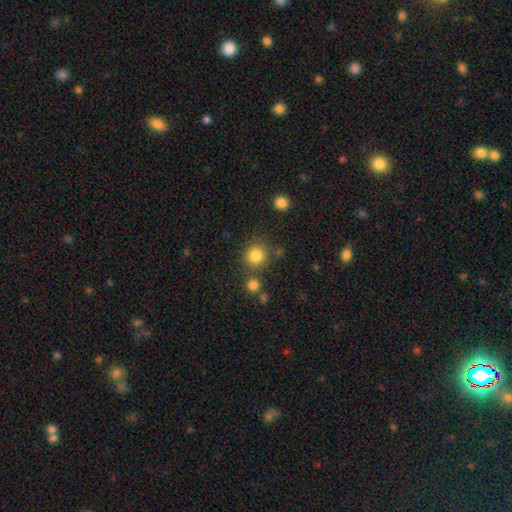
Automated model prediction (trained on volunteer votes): smooth_or_featured: smooth (p=0.84) [alt: star or artifact p=0.12]
how_rounded: round (p=0.92) [alt: in between p=0.07]
merging: none (p=0.78) [alt: merger p=0.10]